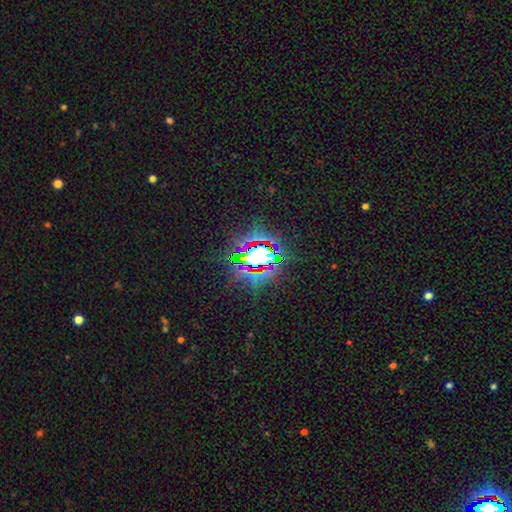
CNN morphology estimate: The model was most divided on "smooth or featured": star or artifact: 72%, smooth: 17%, featured or disk: 11%.